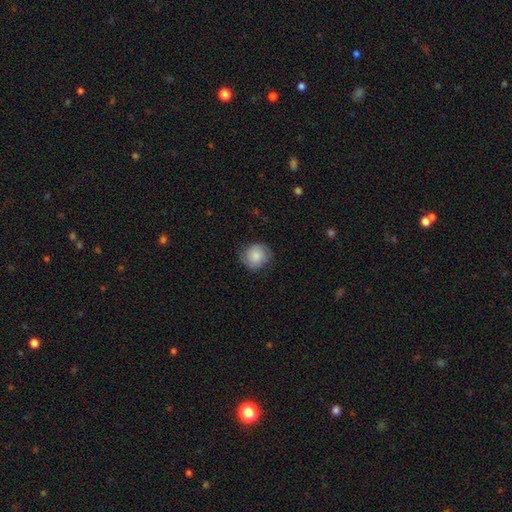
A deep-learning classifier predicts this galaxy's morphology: Smooth or featured? smooth (79%)
How rounded? round (88%)
Merging? none (76%)